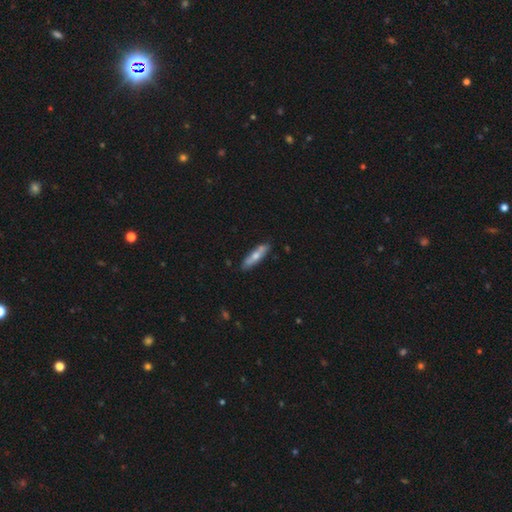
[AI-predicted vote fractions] smooth-or-featured: smooth: 58% | featured or disk: 37% | star or artifact: 5%
  how-rounded: cigar-shaped: 74% | in between: 25% | round: 2%
  merging: none: 83% | minor disturbance: 12% | merger: 3% | major disturbance: 2%